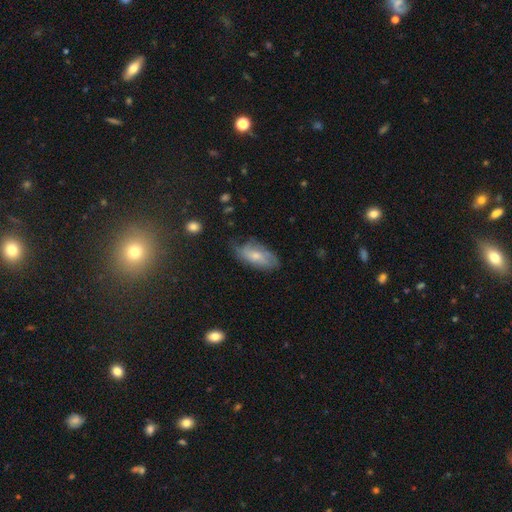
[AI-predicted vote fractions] Morphology: type=smooth (54%); roundness=in between (89%); merging=none (55%).